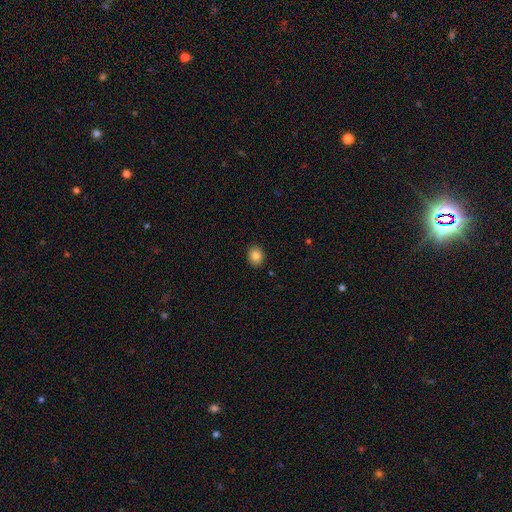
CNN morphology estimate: The model was most divided on "how rounded": round: 62%, in between: 37%, cigar-shaped: 1%. More confident: merging — none (90%); smooth or featured — smooth (84%).